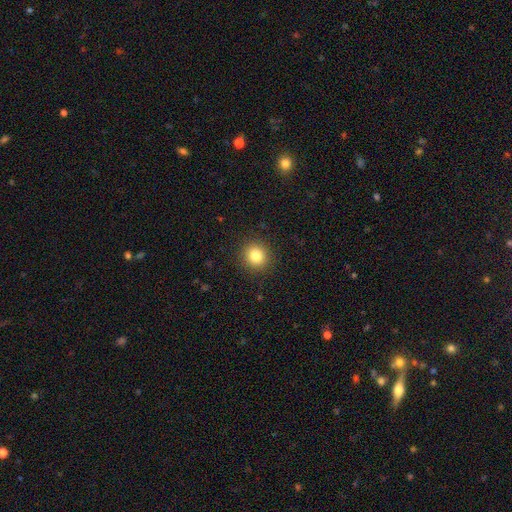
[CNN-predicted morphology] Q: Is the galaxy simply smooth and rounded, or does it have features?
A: smooth — 82%.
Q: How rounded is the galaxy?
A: round — 90%.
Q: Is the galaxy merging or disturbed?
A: none — 91%.